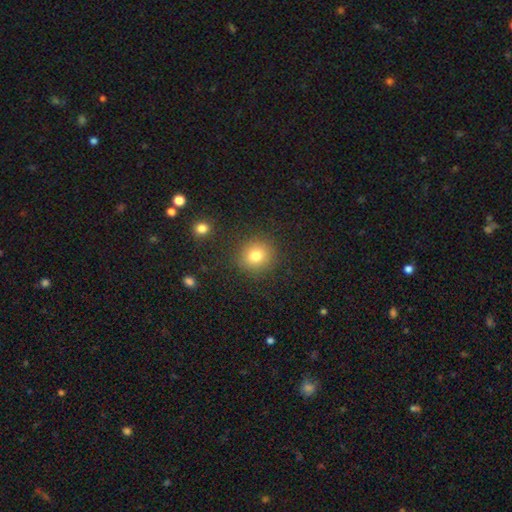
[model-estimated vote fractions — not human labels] This appears to be a smooth galaxy with no disk features (79%) that is round (87%). Merging: none (87%).